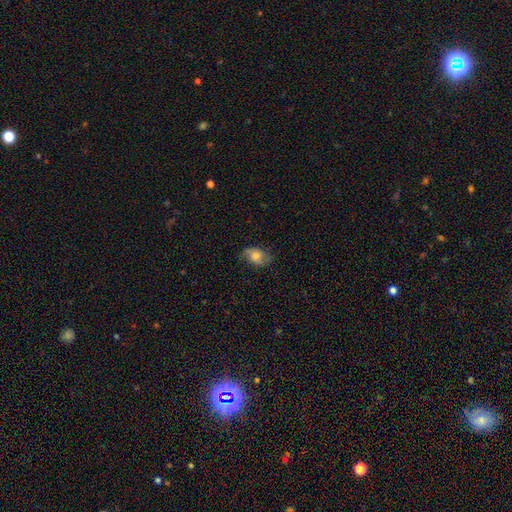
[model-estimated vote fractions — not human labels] Smooth or featured: smooth — 59% (featured or disk — 32%)
How rounded: in between — 76% (round — 22%)
Merging: none — 67% (minor disturbance — 23%)